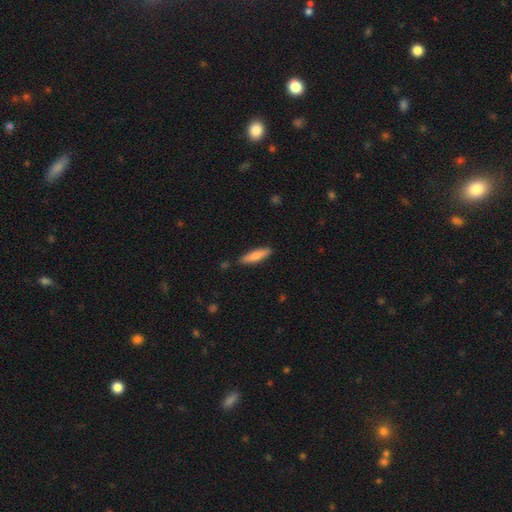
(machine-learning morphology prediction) Smooth or featured?
  - smooth: 80% *
  - featured or disk: 15%
  - star or artifact: 6%
How rounded?
  - cigar-shaped: 74% *
  - in between: 25%
  - round: 1%
Merging?
  - none: 85% *
  - minor disturbance: 11%
  - major disturbance: 2%
  - merger: 2%